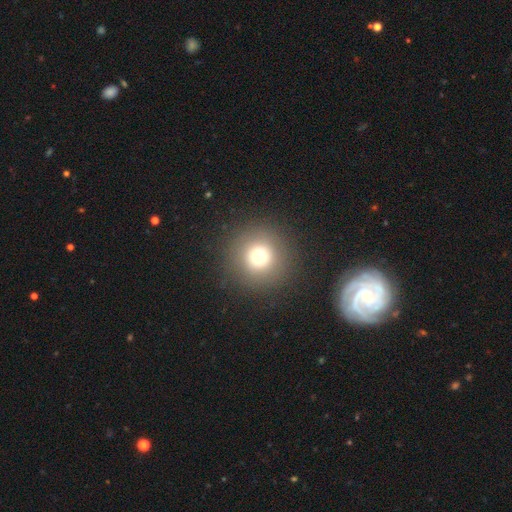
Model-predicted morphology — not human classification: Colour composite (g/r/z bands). It shows a smooth galaxy with no disk features (72%) that is round (96%). Merging: none (90%).